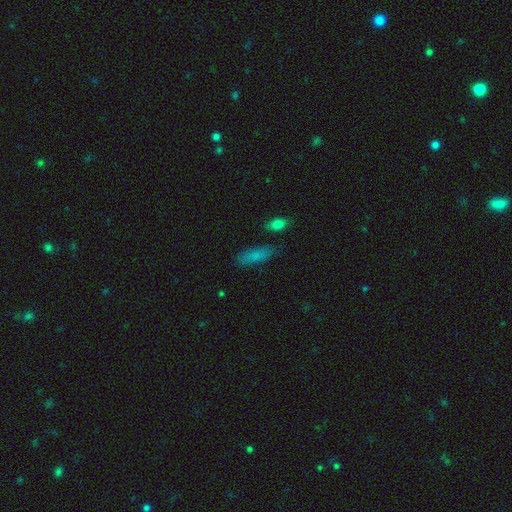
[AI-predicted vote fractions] Overall: smooth (79%). How rounded: in between (56%; cigar-shaped 41%). Merging: none (77%).